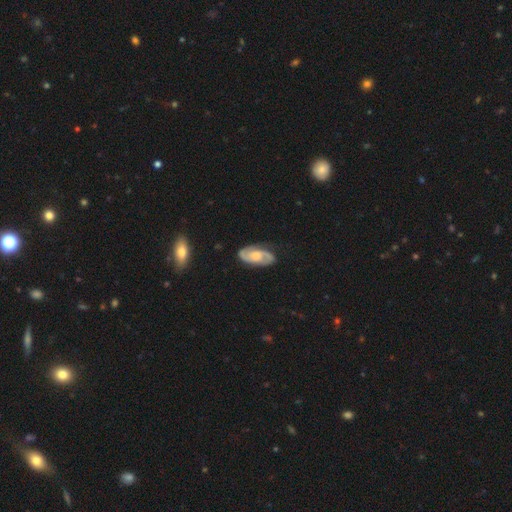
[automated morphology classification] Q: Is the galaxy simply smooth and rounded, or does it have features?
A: featured or disk — 84%.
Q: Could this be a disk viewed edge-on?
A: no — 96%.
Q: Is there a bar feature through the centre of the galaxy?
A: no — 55%.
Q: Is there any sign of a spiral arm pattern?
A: yes — 96%.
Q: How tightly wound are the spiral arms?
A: medium — 51%.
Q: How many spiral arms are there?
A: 2 — 91%.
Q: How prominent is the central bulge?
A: moderate — 51%.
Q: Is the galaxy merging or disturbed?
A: none — 83%.